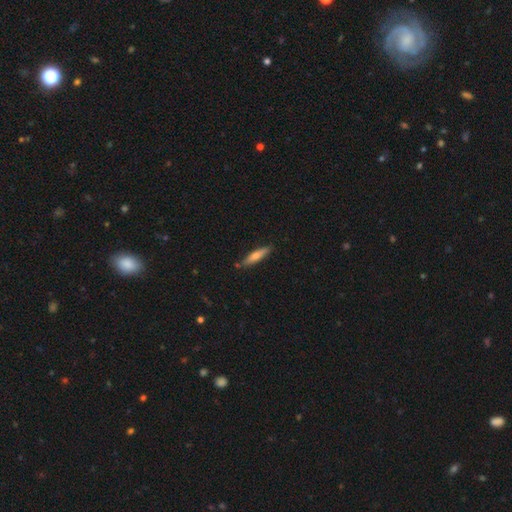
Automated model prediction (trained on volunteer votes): The model was most divided on "smooth or featured": smooth: 58%, featured or disk: 36%, star or artifact: 6%. More confident: merging — none (84%); how rounded — cigar-shaped (83%).